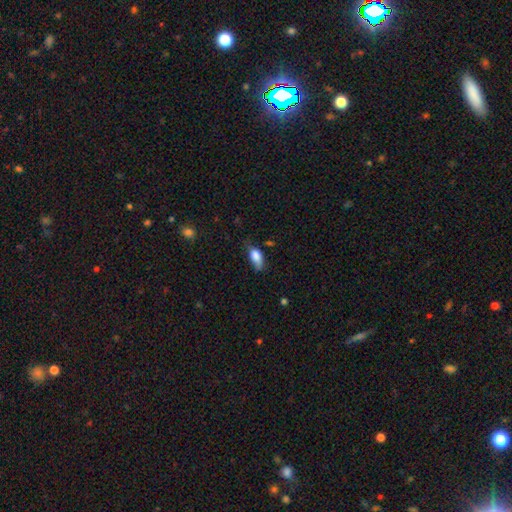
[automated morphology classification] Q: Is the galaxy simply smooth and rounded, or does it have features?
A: smooth — 82%.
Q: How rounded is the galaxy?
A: in between — 89%.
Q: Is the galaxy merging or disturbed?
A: none — 44%.